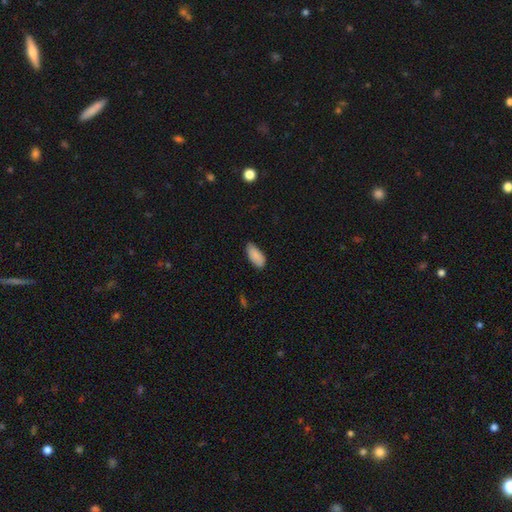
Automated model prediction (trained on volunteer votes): Smooth or featured? smooth (88%)
How rounded? in between (91%)
Merging? none (76%)